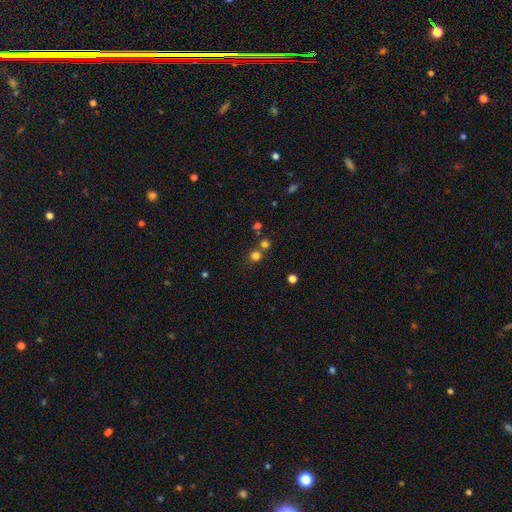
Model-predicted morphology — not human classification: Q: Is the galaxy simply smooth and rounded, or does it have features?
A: smooth — 73%.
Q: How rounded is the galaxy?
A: round — 88%.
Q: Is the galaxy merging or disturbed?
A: none — 68%.